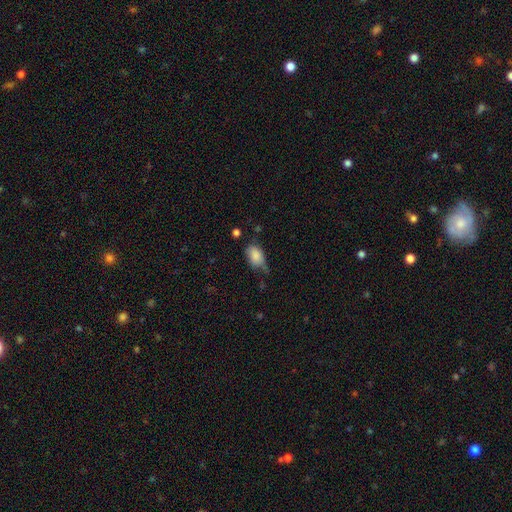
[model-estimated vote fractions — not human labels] Smooth or featured? Predicted: smooth (p=0.84). How rounded? Predicted: in between (p=0.86). Merging? Predicted: none (p=0.44).